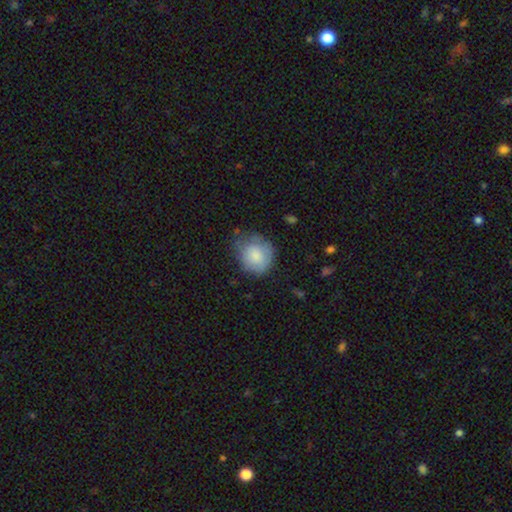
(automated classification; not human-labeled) Morphology: type=smooth (79%); roundness=round (78%); merging=none (56%).